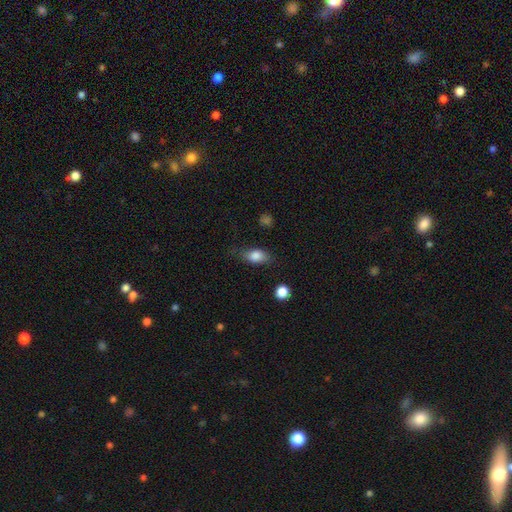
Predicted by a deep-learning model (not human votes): Smooth or featured? Predicted: smooth (p=0.82). How rounded? Predicted: in between (p=0.82). Merging? Predicted: none (p=0.71).